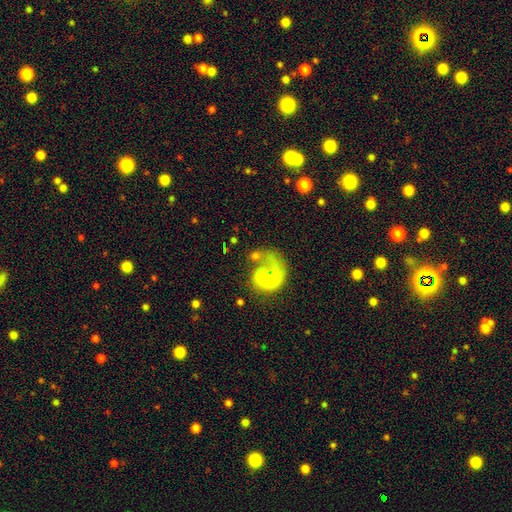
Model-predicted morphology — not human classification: Smooth or featured? featured or disk (58%)
Edge-on disk? no (98%)
Bar? no (82%)
Spiral arms? yes (60%)
Bulge size? none (64%)
Merging? major disturbance (40%)